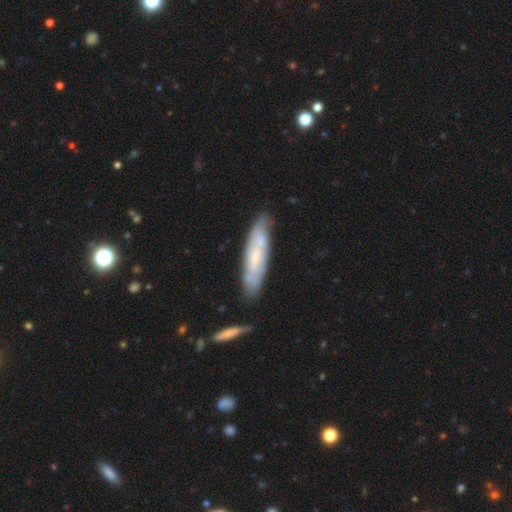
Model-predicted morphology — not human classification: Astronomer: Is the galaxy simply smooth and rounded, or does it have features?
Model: featured or disk — 57% (runner-up: smooth, 36%).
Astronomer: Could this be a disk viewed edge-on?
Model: no — 65%.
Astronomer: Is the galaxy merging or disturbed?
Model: none — 74%.